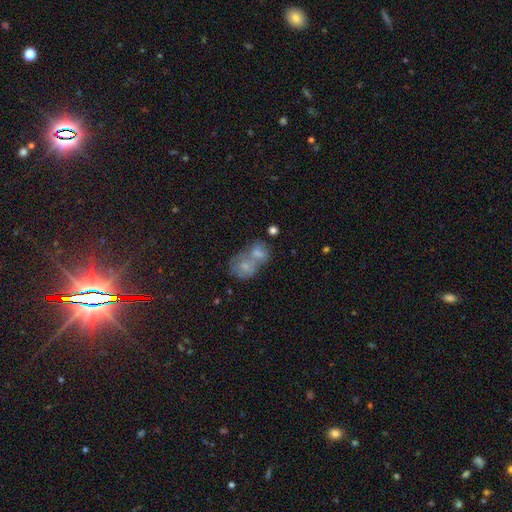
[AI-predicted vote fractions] Smooth or featured? Predicted: smooth (p=0.50). How rounded? Predicted: round (p=0.50). Merging? Predicted: merger (p=0.63).